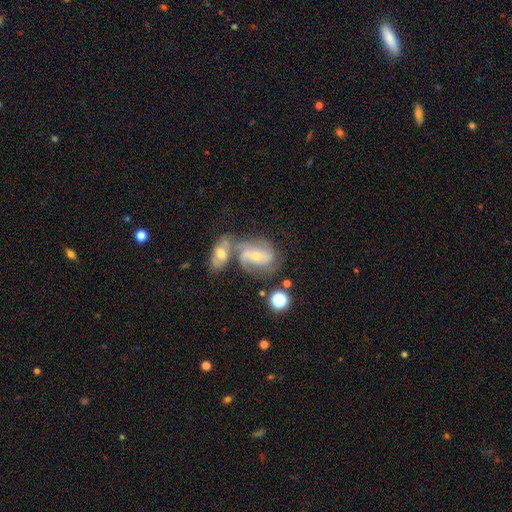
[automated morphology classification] Overall: featured or disk (77%). Edge-on disk: no (96%). Bar: weak (41%; no 39%). Spiral arms: yes (92%). Spiral arm count: 2 (57%; can't tell 19%). Spiral winding: medium (47%; tight 36%). Bulge size: small (51%; moderate 45%). Merging: merger (45%; none 35%).